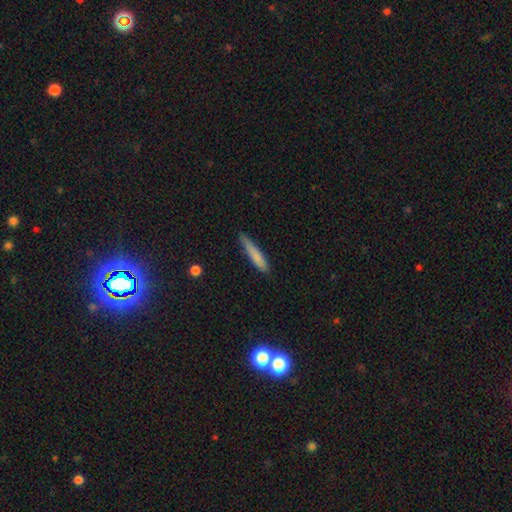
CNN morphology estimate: Overall: smooth (78%). How rounded: cigar-shaped (91%). Merging: none (74%).